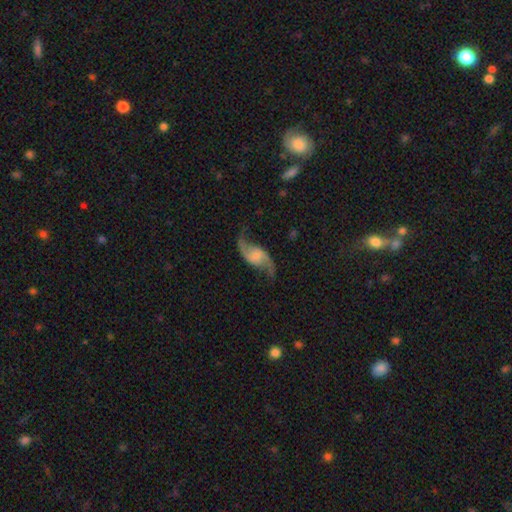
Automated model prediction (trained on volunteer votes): This is clearly a featured or disk galaxy (87%). It is clearly not viewed edge-on (97%). Bar: possibly no (47%). Spiral arm pattern: clearly yes (97%). Spiral arm count: clearly 2 (94%). Spiral winding: clearly loose (83%). Central bulge: possibly small (48%). Merging: likely none (76%).